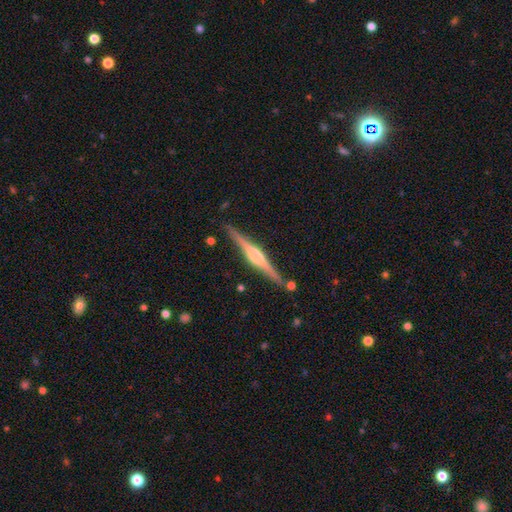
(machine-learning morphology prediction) A featured or disk galaxy (81%) viewed edge-on (98%) with a rounded central bulge (72%). Merging: none (87%).